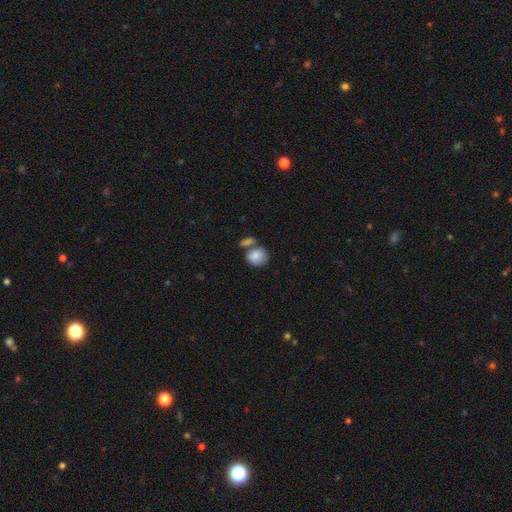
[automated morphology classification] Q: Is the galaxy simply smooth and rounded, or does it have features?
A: smooth — 84%.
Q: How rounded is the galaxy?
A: round — 54%.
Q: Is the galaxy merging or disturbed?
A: merger — 41%.